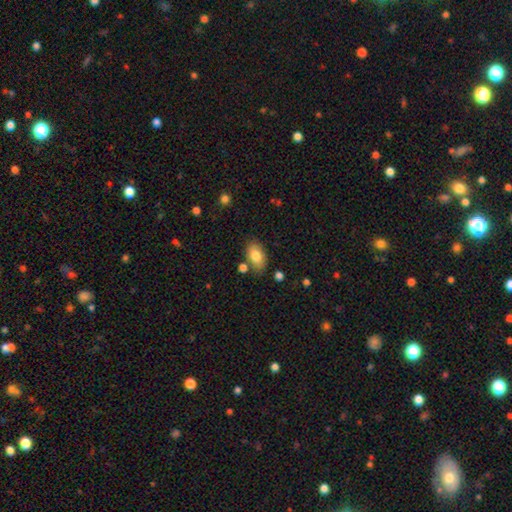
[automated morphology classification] A smooth galaxy with no disk features (80%) that is in between round and cigar-shaped (92%).

Vote fractions:
- Smooth or featured? smooth: 80% / featured or disk: 13% / star or artifact: 7%
- How rounded? in between: 92% / round: 6% / cigar-shaped: 2%
- Merging? none: 75% / minor disturbance: 15% / merger: 7% / major disturbance: 3%